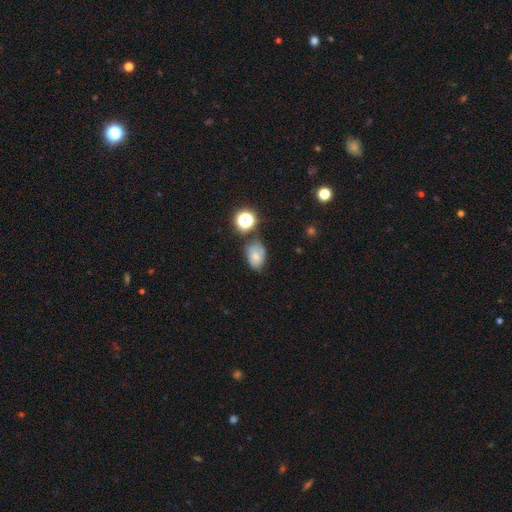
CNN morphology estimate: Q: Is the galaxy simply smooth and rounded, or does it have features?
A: smooth — 67%.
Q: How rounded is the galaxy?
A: in between — 78%.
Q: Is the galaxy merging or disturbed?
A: none — 55%.